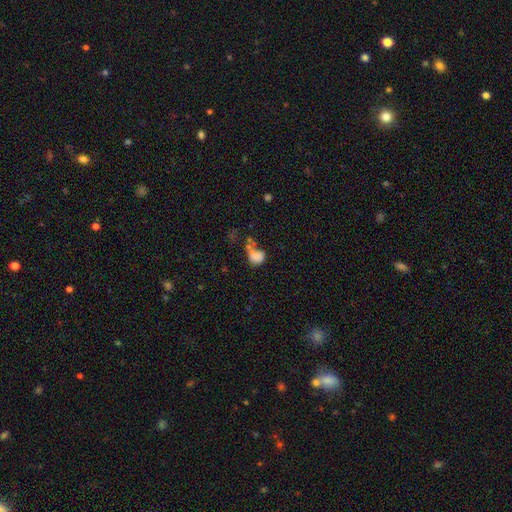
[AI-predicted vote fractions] This is likely a smooth galaxy (73%). How rounded: possibly round (53%). Merging: marginally merger (30%).